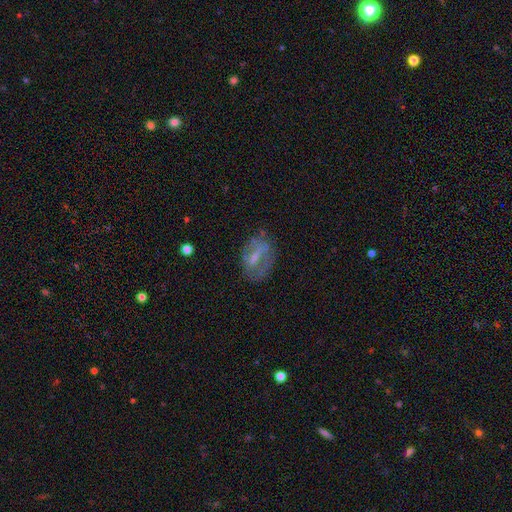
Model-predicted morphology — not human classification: This is possibly a featured or disk galaxy (53%). It is clearly not viewed edge-on (91%). Merging: likely none (60%).